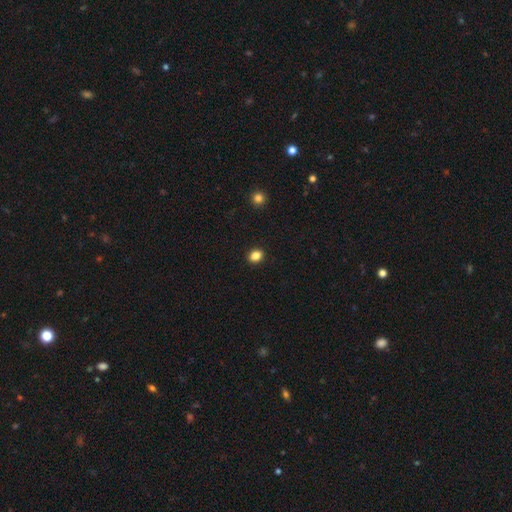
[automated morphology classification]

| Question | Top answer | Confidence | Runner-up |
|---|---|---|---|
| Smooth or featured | smooth | 85% | star or artifact (10%) |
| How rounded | in between | 51% | round (48%) |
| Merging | none | 91% | minor disturbance (6%) |